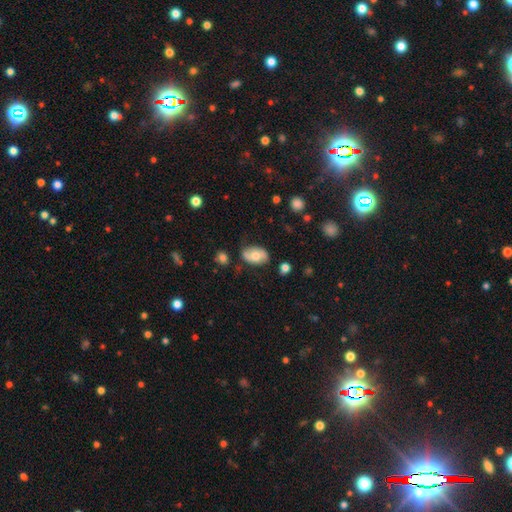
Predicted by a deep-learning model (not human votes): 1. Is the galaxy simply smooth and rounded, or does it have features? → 52% smooth, 41% featured or disk, 7% star or artifact.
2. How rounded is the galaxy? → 89% in between, 9% round, 2% cigar-shaped.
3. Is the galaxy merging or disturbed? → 71% none, 21% minor disturbance, 5% major disturbance, 3% merger.